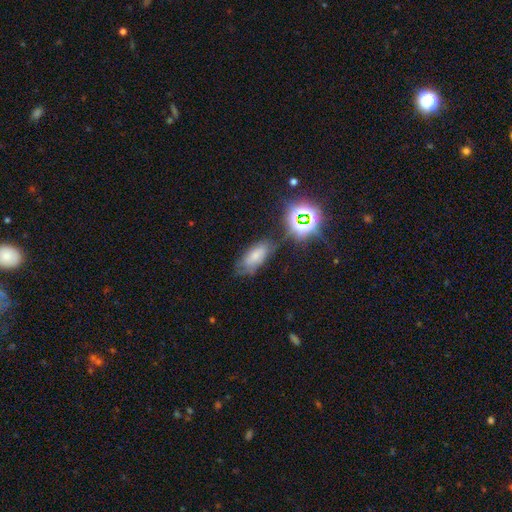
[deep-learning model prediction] Smooth or featured? Predicted: smooth (p=0.59). How rounded? Predicted: in between (p=0.86). Merging? Predicted: none (p=0.57).